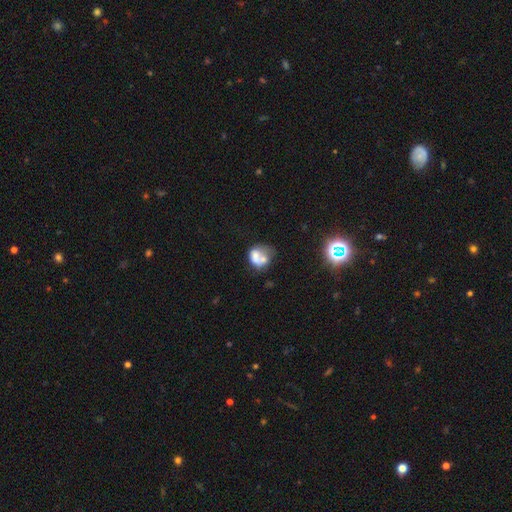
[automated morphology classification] smooth 56%, featured or disk 34%, star or artifact 10%. Down the decision tree: how rounded — round (52%); merging — merger (52%).